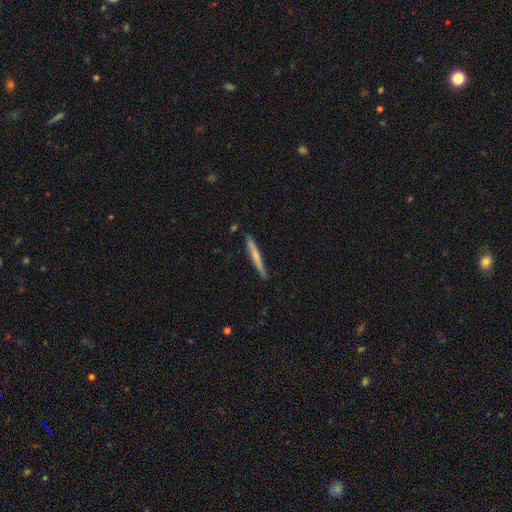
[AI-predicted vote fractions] Overall: smooth (59%; featured or disk 36%). How rounded: cigar-shaped (96%). Merging: none (86%).